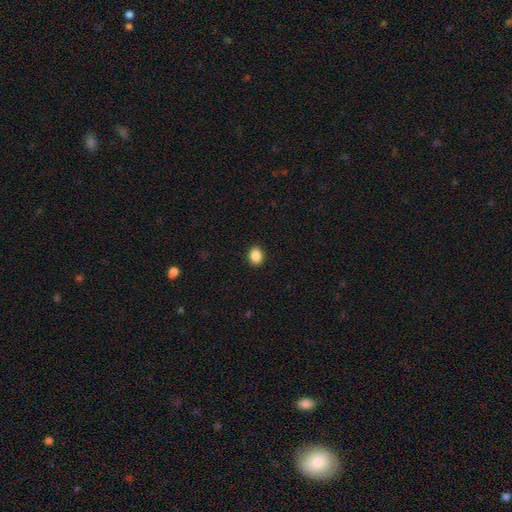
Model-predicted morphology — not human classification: This appears to be a smooth galaxy with no disk features (88%) that is in between round and cigar-shaped (53%). Merging: none (91%).